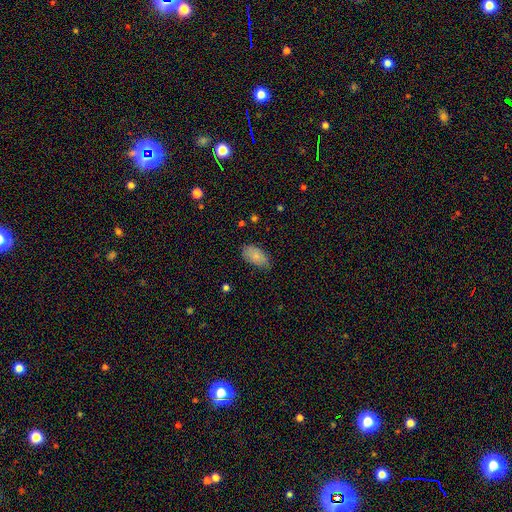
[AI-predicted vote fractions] A smooth galaxy with no disk features (80%) that is in between round and cigar-shaped (94%). Merging: none (70%).